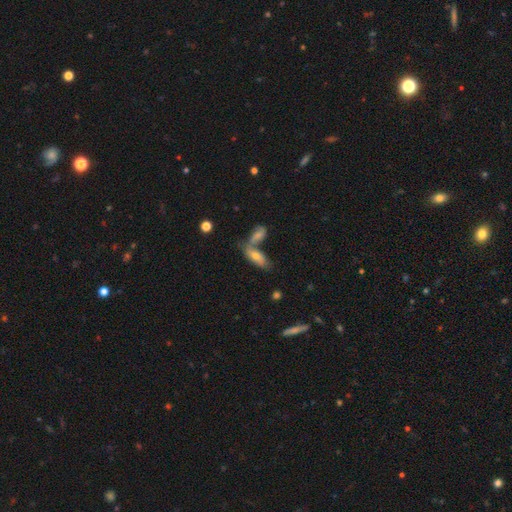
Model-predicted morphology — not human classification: The model was most divided on "merging": none: 41%, merger: 37%, minor disturbance: 12%, major disturbance: 10%. Remaining: smooth or featured — smooth (39%).